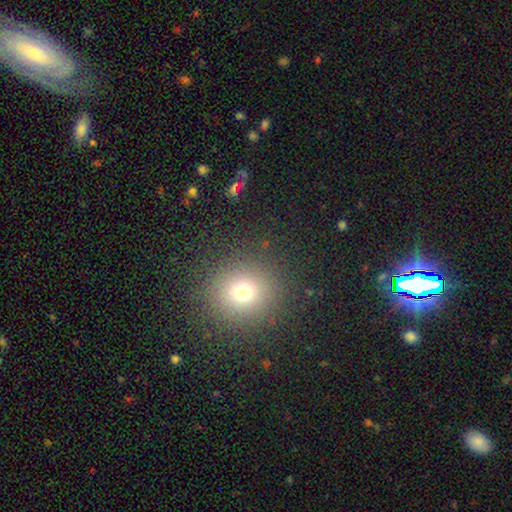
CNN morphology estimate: smooth 63%, star or artifact 28%, featured or disk 9%. Down the decision tree: how rounded — round (89%); merging — none (91%).